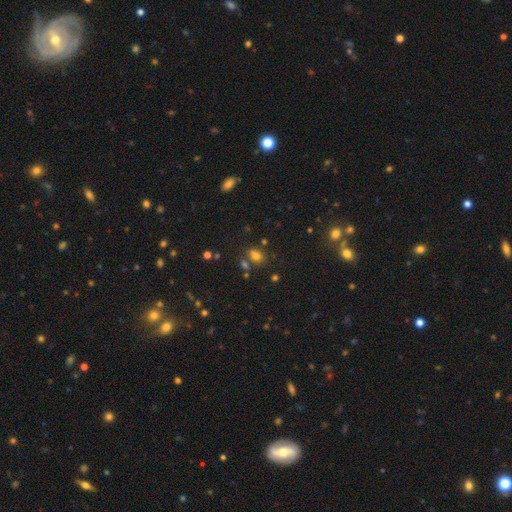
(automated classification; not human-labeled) A smooth galaxy with no disk features (72%) that is in between round and cigar-shaped (65%). Merging: none (69%).